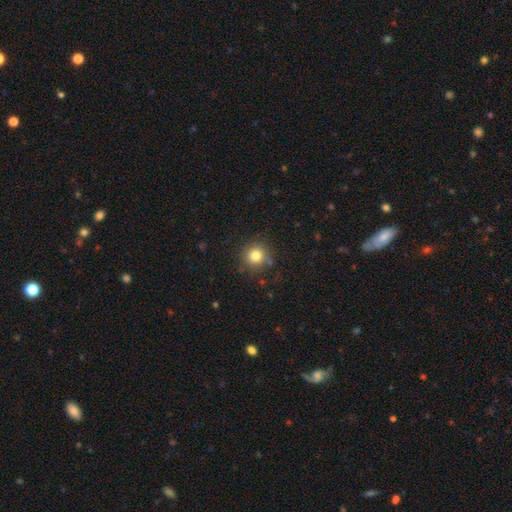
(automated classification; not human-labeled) smooth-or-featured: smooth: 81% | star or artifact: 12% | featured or disk: 7%
  how-rounded: round: 93% | in between: 6% | cigar-shaped: 1%
  merging: none: 82% | minor disturbance: 11% | major disturbance: 4% | merger: 3%